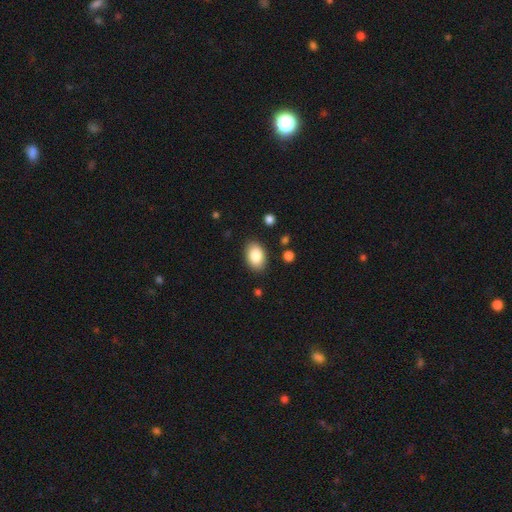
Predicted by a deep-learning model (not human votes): smooth-or-featured: smooth: 84% | featured or disk: 9% | star or artifact: 7%
  how-rounded: in between: 88% | round: 11% | cigar-shaped: 1%
  merging: none: 87% | minor disturbance: 9% | major disturbance: 2% | merger: 2%